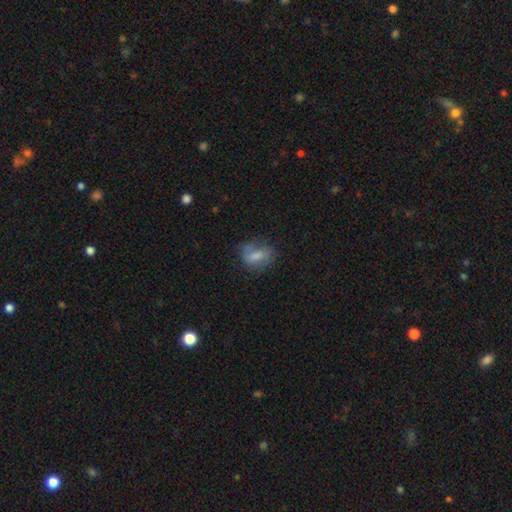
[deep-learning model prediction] A smooth galaxy with no disk features (64%) that is in between round and cigar-shaped (75%). Merging: none (54%).